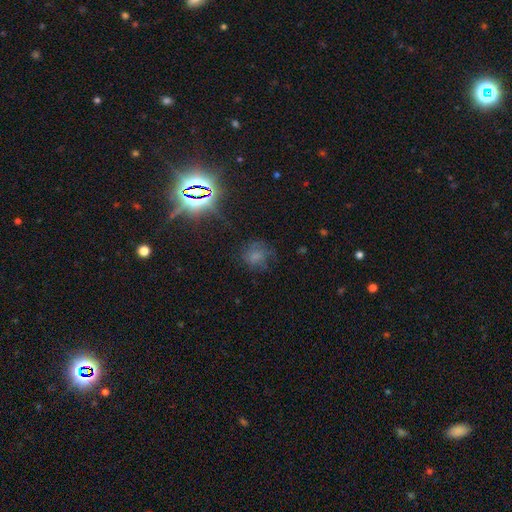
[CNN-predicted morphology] smooth_or_featured: smooth (p=0.54) [alt: star or artifact p=0.23]
how_rounded: round (p=0.75) [alt: in between p=0.24]
merging: none (p=0.60) [alt: minor disturbance p=0.21]